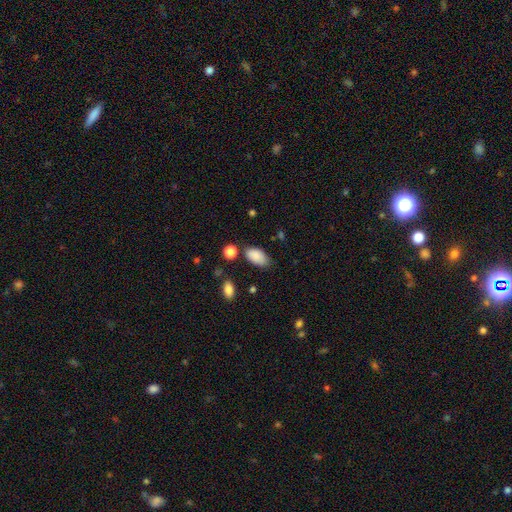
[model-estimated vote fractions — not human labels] A smooth galaxy with no disk features (87%) that is in between round and cigar-shaped (93%).

Vote fractions:
- Smooth or featured? smooth: 87% / star or artifact: 8% / featured or disk: 6%
- How rounded? in between: 93% / round: 4% / cigar-shaped: 2%
- Merging? none: 68% / minor disturbance: 22% / major disturbance: 5% / merger: 5%